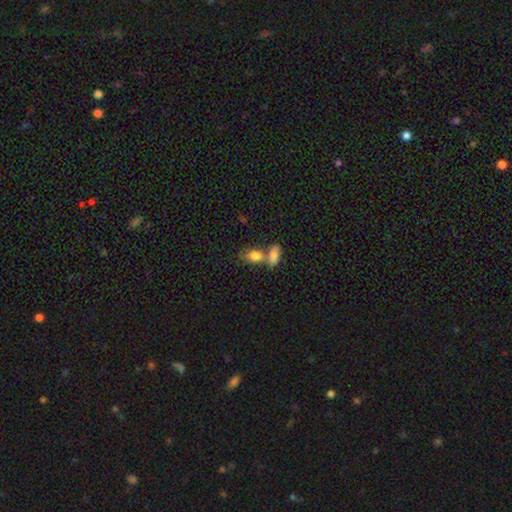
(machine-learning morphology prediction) Overall: smooth (84%). How rounded: in between (87%). Merging: merger (50%; none 37%).